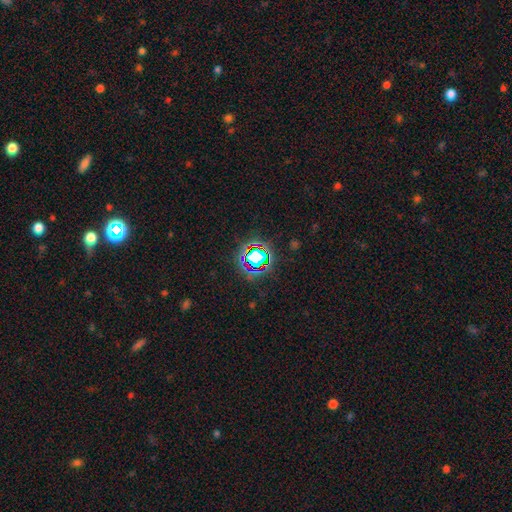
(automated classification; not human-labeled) Smooth or featured? Predicted: star or artifact (p=0.69).